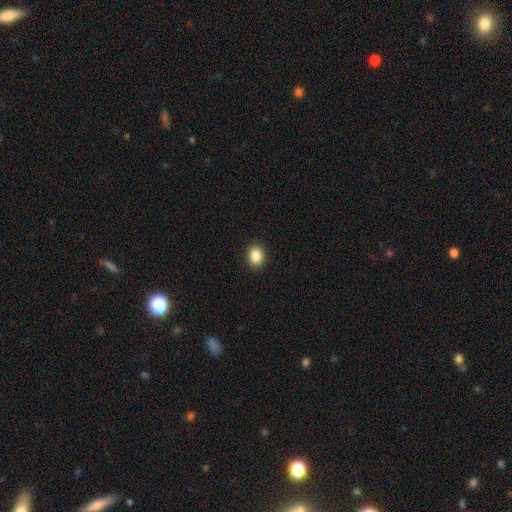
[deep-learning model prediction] Morphology: type=smooth (87%); roundness=in between (55%); merging=none (91%).